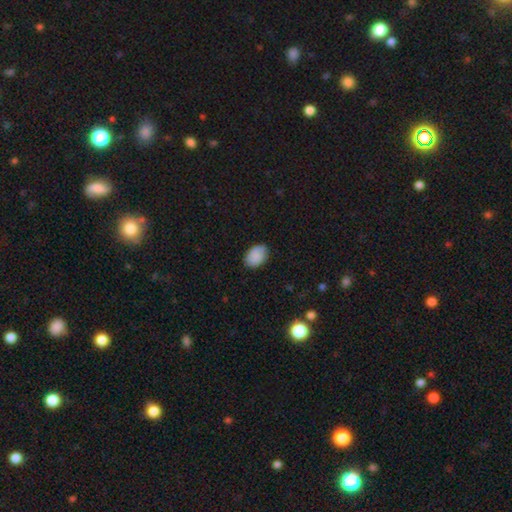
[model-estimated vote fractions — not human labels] Smooth or featured: smooth — 87% (star or artifact — 7%)
How rounded: in between — 81% (round — 18%)
Merging: none — 80% (minor disturbance — 16%)